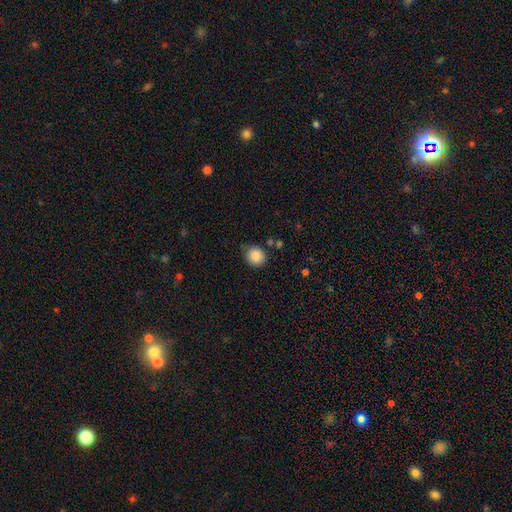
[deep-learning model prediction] This appears to be a smooth galaxy with no disk features (86%) that is round (78%). Merging: none (77%).